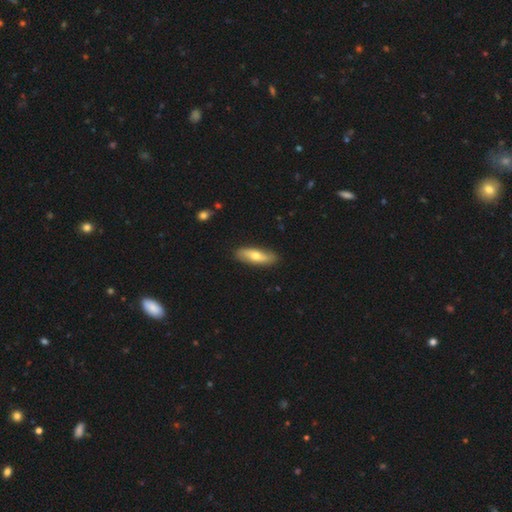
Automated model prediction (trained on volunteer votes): Q: Smooth or featured?
A: smooth (59%); runner-up: featured or disk (36%)
Q: How rounded?
A: in between (52%); runner-up: cigar-shaped (45%)
Q: Merging?
A: none (86%); runner-up: minor disturbance (11%)